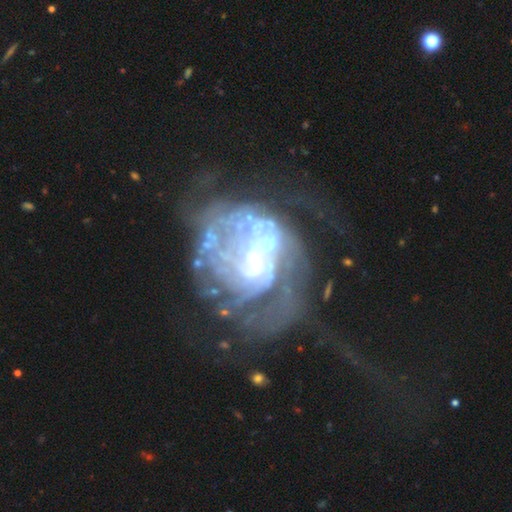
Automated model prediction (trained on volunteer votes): A featured or disk galaxy (83%) with no bar (46%), tight (46%) spiral arms (81%) and a small central bulge (57%). Merging: major disturbance (42%).